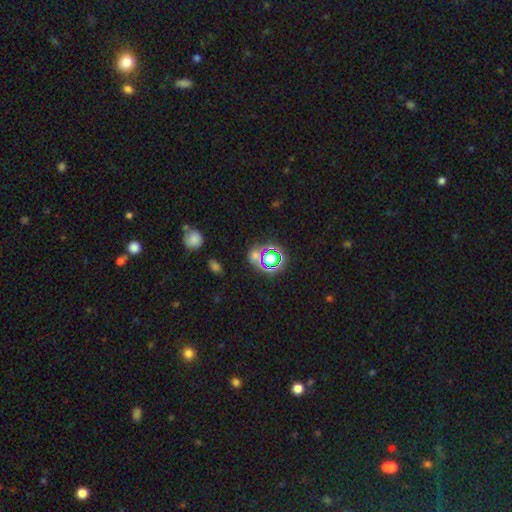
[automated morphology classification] This is possibly a star or artifact rather than a galaxy (53%).